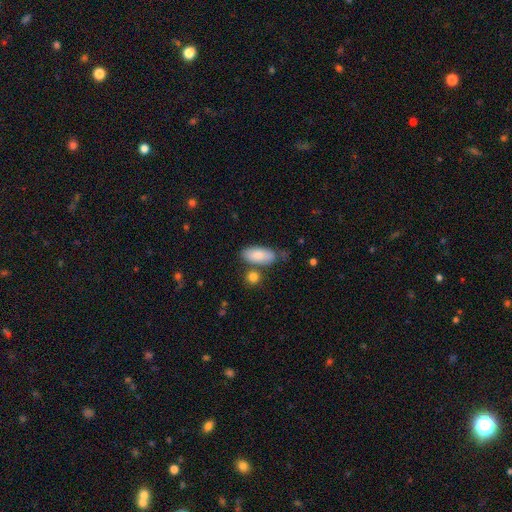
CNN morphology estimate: A smooth galaxy with no disk features (81%) that is in between round and cigar-shaped (85%).

Vote fractions:
- Smooth or featured? smooth: 81% / featured or disk: 12% / star or artifact: 7%
- How rounded? in between: 85% / cigar-shaped: 13% / round: 3%
- Merging? none: 68% / minor disturbance: 18% / merger: 10% / major disturbance: 4%